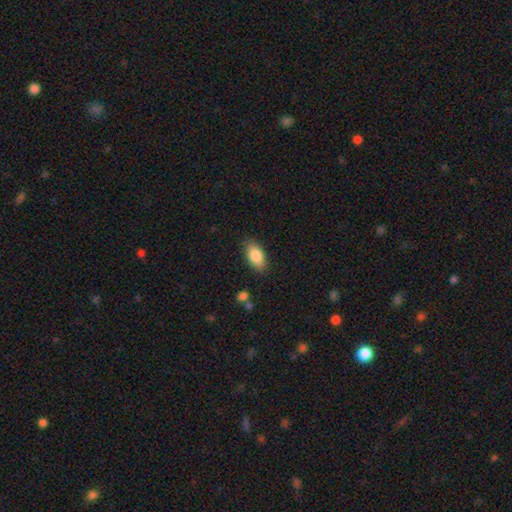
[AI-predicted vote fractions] Morphology: type=smooth (85%); roundness=in between (92%); merging=none (84%).